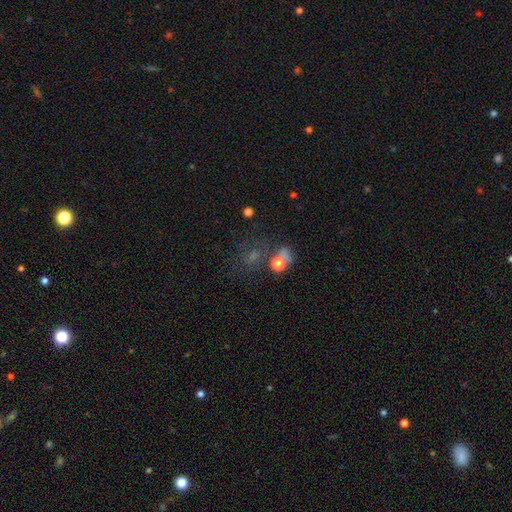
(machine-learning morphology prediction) This is possibly a smooth galaxy (46%). Merging: possibly none (48%).